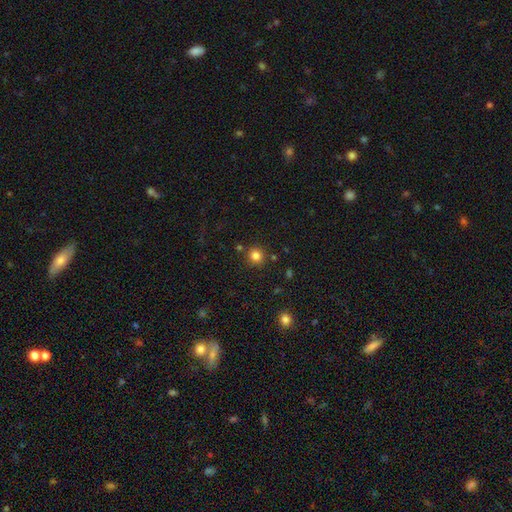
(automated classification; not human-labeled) A smooth galaxy with no disk features (82%) that is round (92%).

Vote fractions:
- Smooth or featured? smooth: 82% / star or artifact: 13% / featured or disk: 5%
- How rounded? round: 92% / in between: 7% / cigar-shaped: 1%
- Merging? none: 84% / minor disturbance: 8% / merger: 5% / major disturbance: 3%